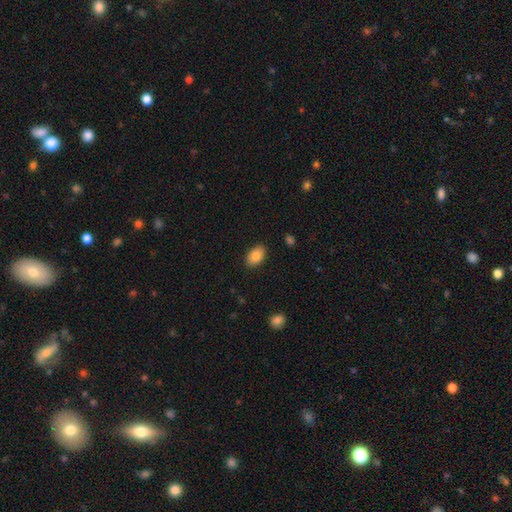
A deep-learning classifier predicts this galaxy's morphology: smooth 85%, featured or disk 8%, star or artifact 7%. Down the decision tree: how rounded — in between (91%); merging — none (87%).